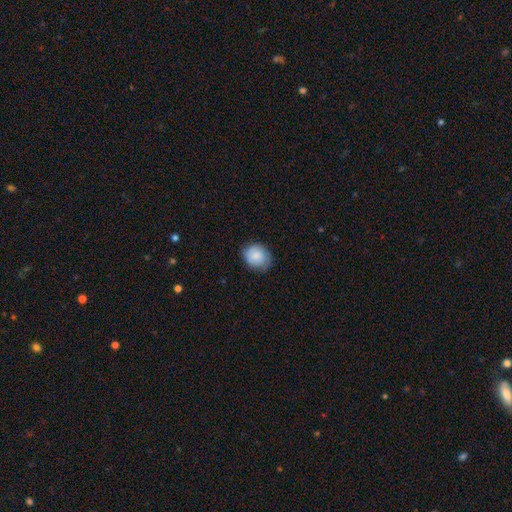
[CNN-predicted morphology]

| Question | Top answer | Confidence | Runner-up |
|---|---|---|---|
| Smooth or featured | smooth | 81% | featured or disk (13%) |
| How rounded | round | 64% | in between (35%) |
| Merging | none | 74% | minor disturbance (21%) |